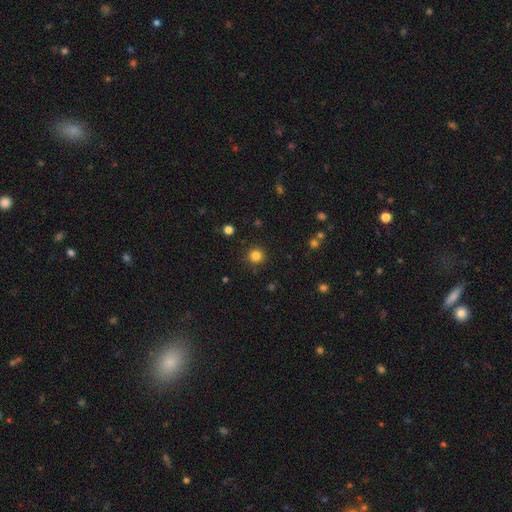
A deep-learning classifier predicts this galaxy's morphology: The model was most divided on "smooth or featured": smooth: 82%, star or artifact: 13%, featured or disk: 5%. More confident: how rounded — round (95%); merging — none (91%).